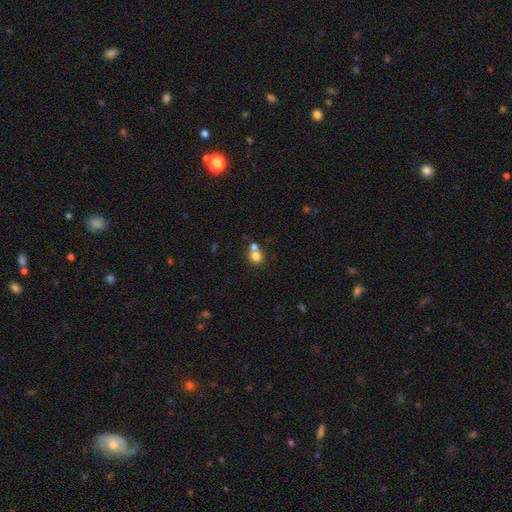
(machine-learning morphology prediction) Q: Smooth or featured?
A: smooth (78%); runner-up: star or artifact (11%)
Q: How rounded?
A: round (82%); runner-up: in between (17%)
Q: Merging?
A: merger (50%); runner-up: none (40%)